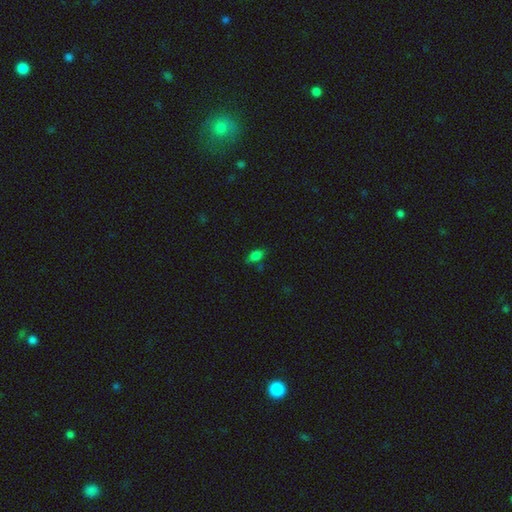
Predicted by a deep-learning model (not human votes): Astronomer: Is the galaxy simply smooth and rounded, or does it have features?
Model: smooth — 77%.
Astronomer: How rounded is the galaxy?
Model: in between — 87%.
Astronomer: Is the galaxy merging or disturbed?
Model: none — 71%.